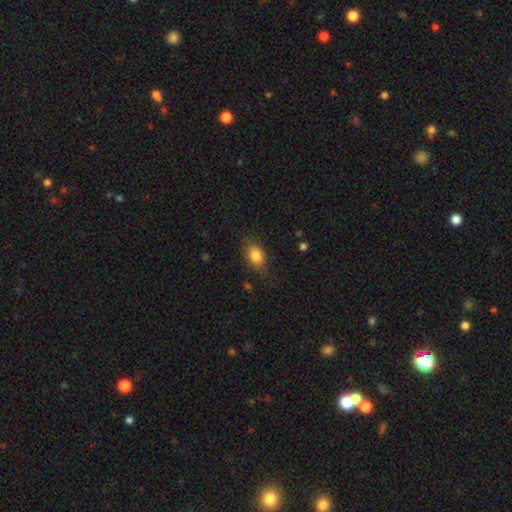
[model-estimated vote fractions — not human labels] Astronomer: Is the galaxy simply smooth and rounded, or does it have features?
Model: smooth — 82%.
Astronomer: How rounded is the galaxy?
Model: in between — 78%.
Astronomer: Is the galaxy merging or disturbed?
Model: none — 78%.